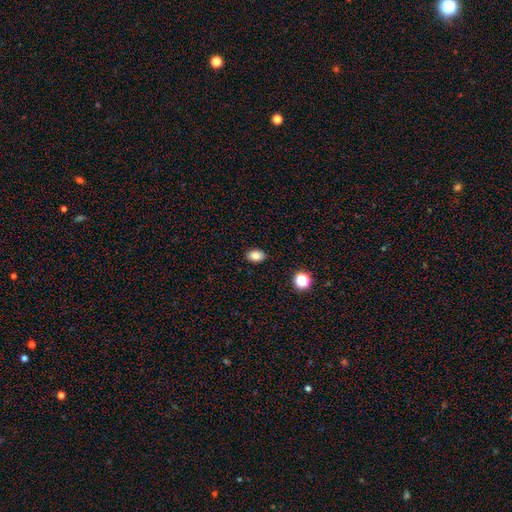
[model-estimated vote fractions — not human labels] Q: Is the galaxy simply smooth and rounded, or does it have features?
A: smooth — 84%.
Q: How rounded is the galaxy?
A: in between — 80%.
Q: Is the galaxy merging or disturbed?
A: none — 88%.